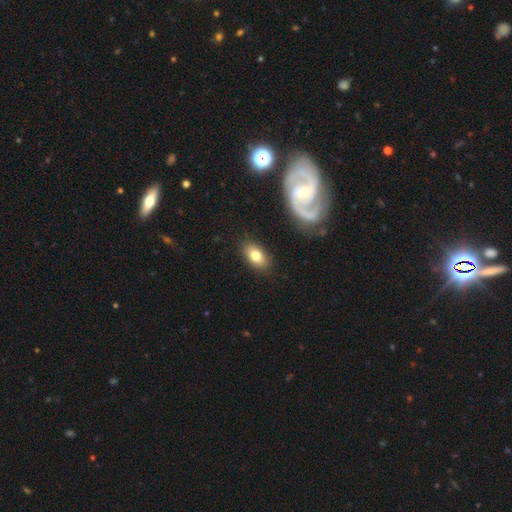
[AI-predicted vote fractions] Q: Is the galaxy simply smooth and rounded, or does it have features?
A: smooth — 75%.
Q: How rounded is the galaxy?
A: in between — 89%.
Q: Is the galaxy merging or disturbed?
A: none — 85%.